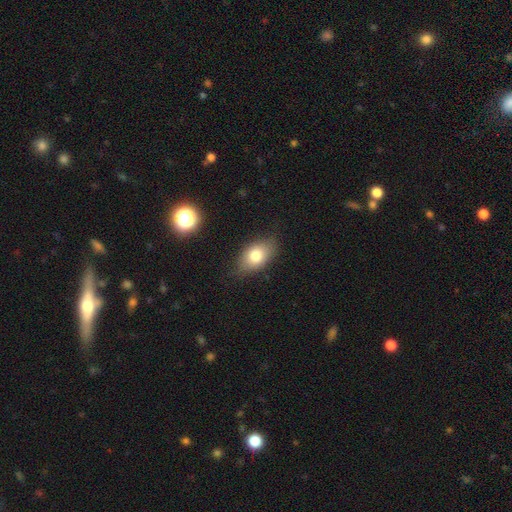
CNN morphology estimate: smooth 77%, featured or disk 13%, star or artifact 9%. Down the decision tree: how rounded — in between (85%); merging — none (78%).